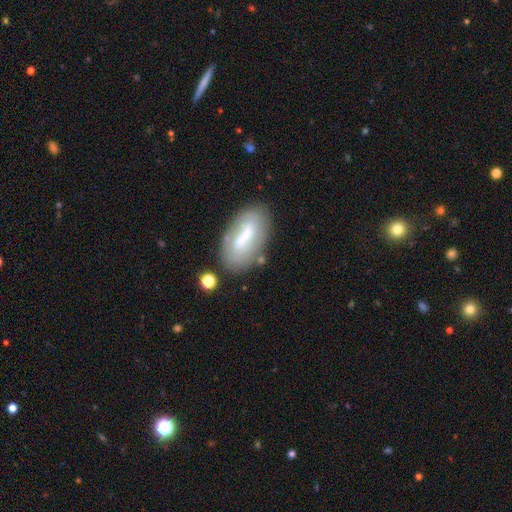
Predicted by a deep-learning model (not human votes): Overall: smooth (47%; featured or disk 45%). Merging: none (66%).